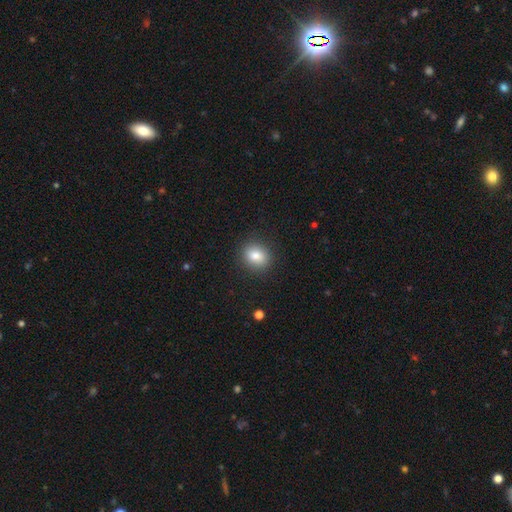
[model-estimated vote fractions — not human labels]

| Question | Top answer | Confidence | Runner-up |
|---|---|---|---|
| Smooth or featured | smooth | 82% | star or artifact (10%) |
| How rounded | round | 62% | in between (37%) |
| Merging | none | 89% | minor disturbance (8%) |